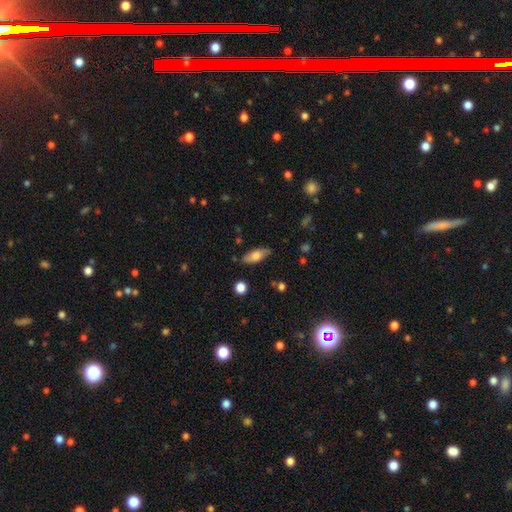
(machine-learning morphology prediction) This appears to be a smooth galaxy with no disk features (67%) that is in between round and cigar-shaped (76%). Merging: none (80%).